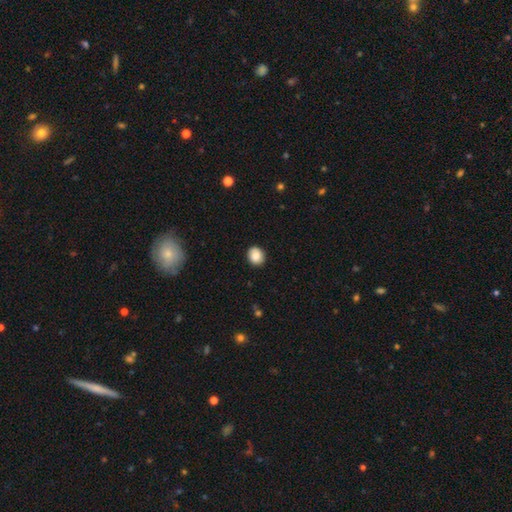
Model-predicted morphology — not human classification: Overall: smooth (85%). How rounded: round (72%). Merging: none (88%).